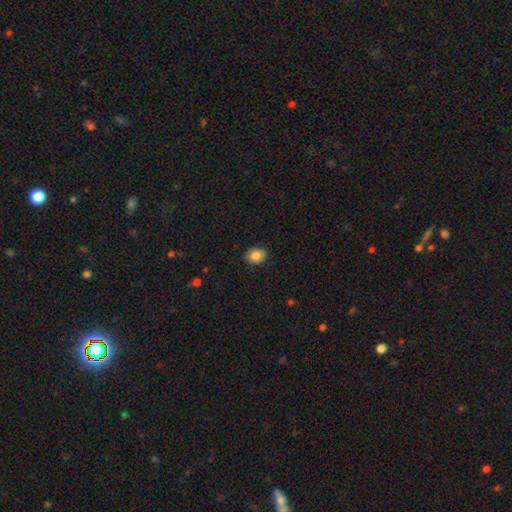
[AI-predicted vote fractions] Morphology: type=smooth (85%); roundness=in between (60%); merging=none (89%).